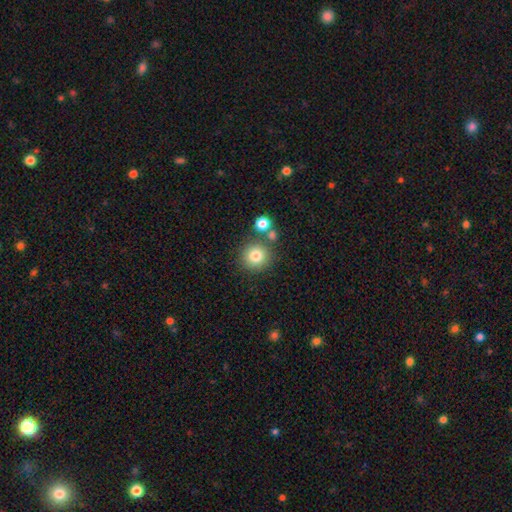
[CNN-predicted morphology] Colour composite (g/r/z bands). It shows a smooth galaxy with no disk features (80%) that is round (94%). Merging: none (78%).